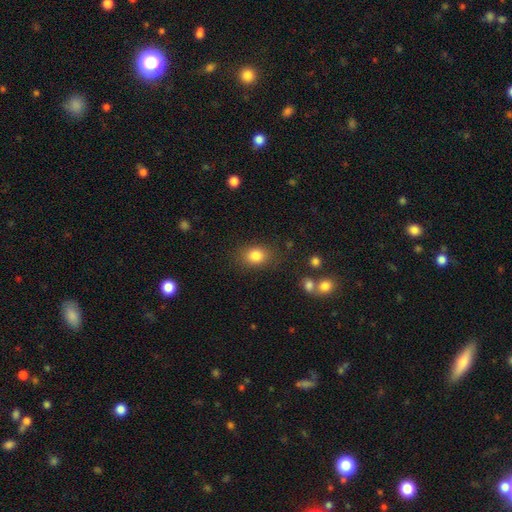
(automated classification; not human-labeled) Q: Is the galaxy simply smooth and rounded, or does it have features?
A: smooth — 83%.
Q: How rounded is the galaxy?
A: in between — 55%.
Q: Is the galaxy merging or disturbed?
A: none — 82%.